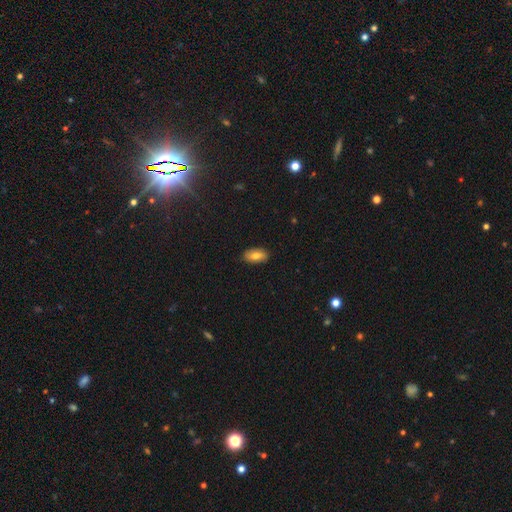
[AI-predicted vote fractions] The model was most divided on "smooth or featured": smooth: 74%, featured or disk: 19%, star or artifact: 8%. More confident: how rounded — in between (90%); merging — none (86%).